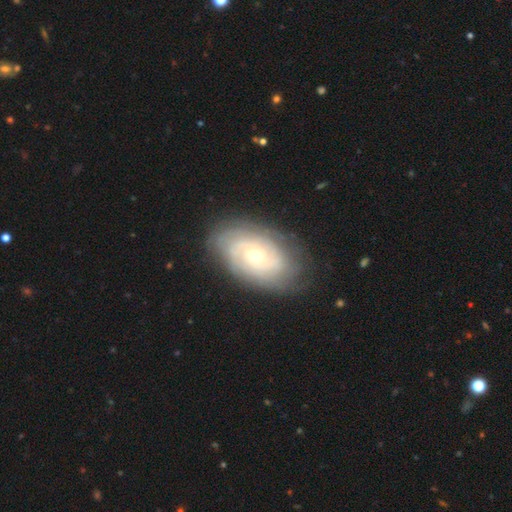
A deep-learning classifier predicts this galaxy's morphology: This is likely a featured or disk galaxy (75%). It is clearly not viewed edge-on (95%). Bar: likely no (80%). Spiral arm pattern: clearly yes (86%). Spiral arm count: possibly can't tell (52%). Spiral winding: likely tight (74%). Central bulge: possibly small (57%). Merging: likely none (77%).